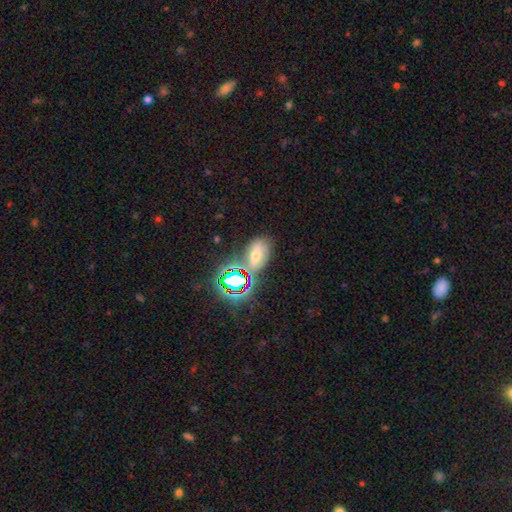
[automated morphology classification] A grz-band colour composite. It shows a smooth galaxy with no disk features (41%, tied with star or artifact). Merging: none (59%).